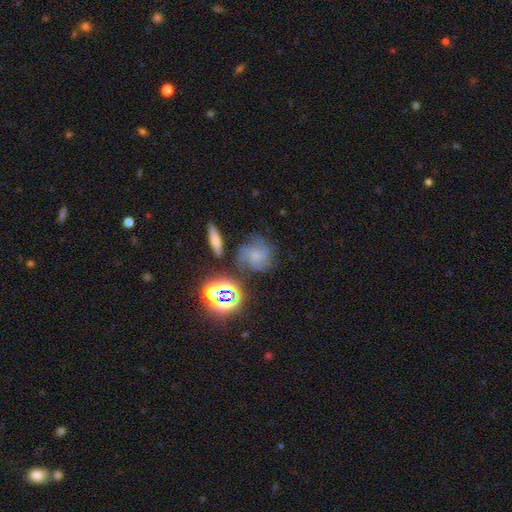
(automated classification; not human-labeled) Smooth or featured: featured or disk — 44% (smooth — 32%)
Merging: none — 62% (minor disturbance — 19%)